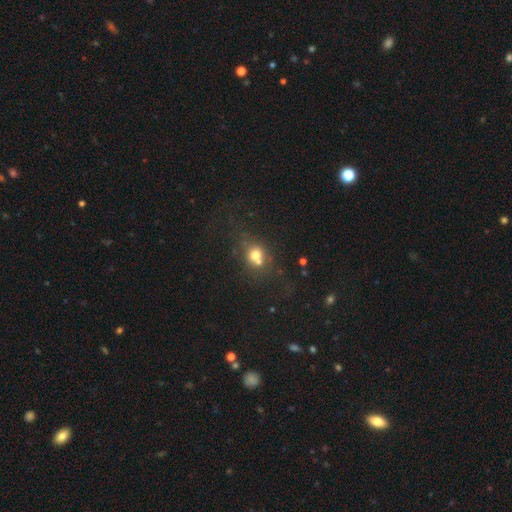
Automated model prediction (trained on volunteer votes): Q: Smooth or featured?
A: smooth (67%); runner-up: star or artifact (16%)
Q: How rounded?
A: round (73%); runner-up: in between (26%)
Q: Merging?
A: none (44%); runner-up: merger (38%)